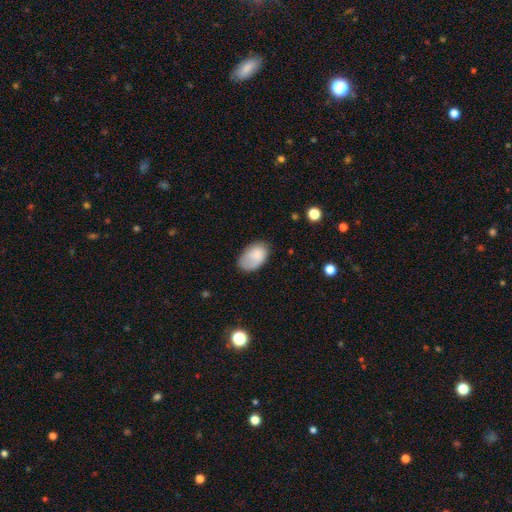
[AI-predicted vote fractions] Q: Smooth or featured?
A: smooth (82%); runner-up: featured or disk (11%)
Q: How rounded?
A: in between (92%); runner-up: round (7%)
Q: Merging?
A: none (63%); runner-up: minor disturbance (28%)